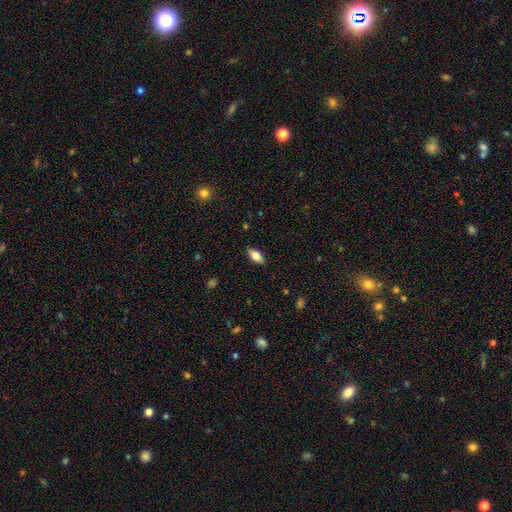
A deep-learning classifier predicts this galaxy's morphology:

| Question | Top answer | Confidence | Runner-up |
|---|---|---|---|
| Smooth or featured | smooth | 74% | featured or disk (19%) |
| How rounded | in between | 85% | cigar-shaped (12%) |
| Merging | none | 88% | minor disturbance (9%) |